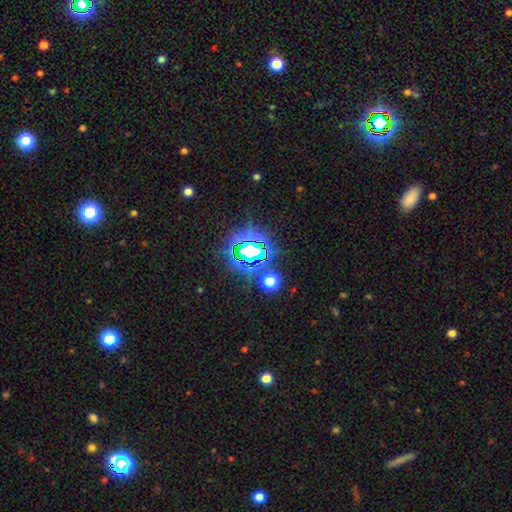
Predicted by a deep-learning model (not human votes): A star or artifact, not a galaxy (73%).